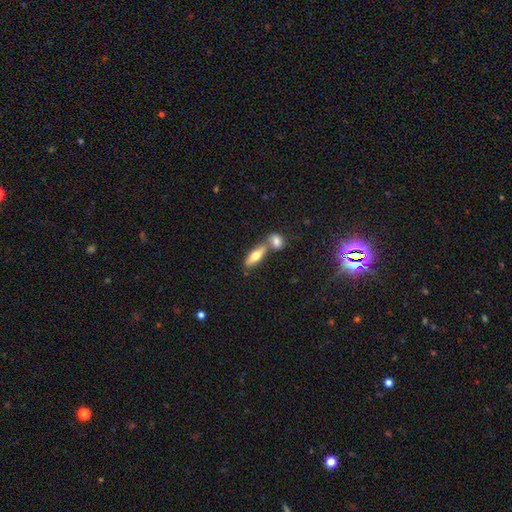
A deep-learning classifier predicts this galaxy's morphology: Smooth or featured? Predicted: smooth (p=0.65). How rounded? Predicted: in between (p=0.58). Merging? Predicted: none (p=0.49).